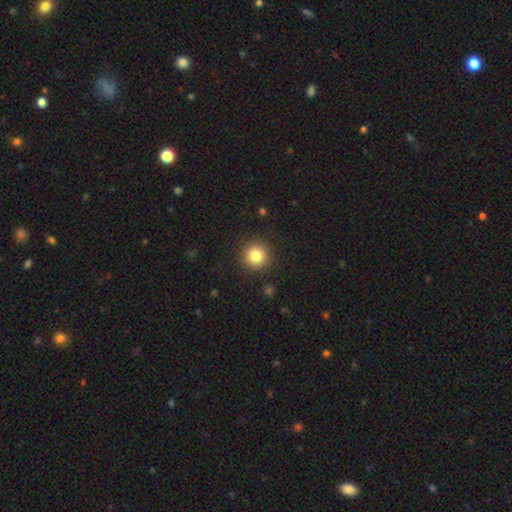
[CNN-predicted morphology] smooth_or_featured: smooth (p=0.83) [alt: star or artifact p=0.11]
how_rounded: round (p=0.95) [alt: in between p=0.04]
merging: none (p=0.91) [alt: minor disturbance p=0.06]